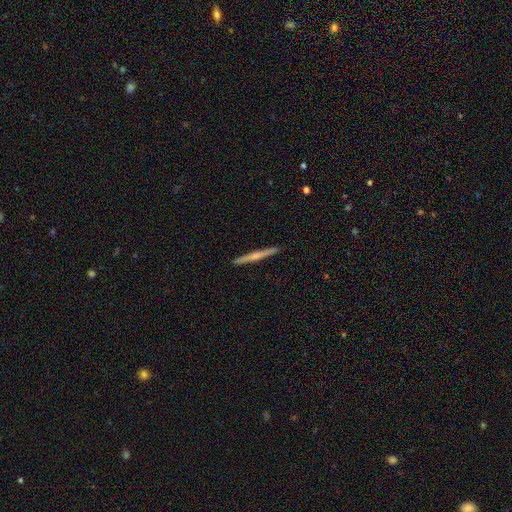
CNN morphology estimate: smooth-or-featured: featured or disk: 55% | smooth: 40% | star or artifact: 6%
  disk-edge-on: yes: 98% | no: 2%
    edge-on-bulge: rounded: 49% | none: 43% | boxy: 8%
  merging: none: 93% | minor disturbance: 5% | major disturbance: 1% | merger: 1%